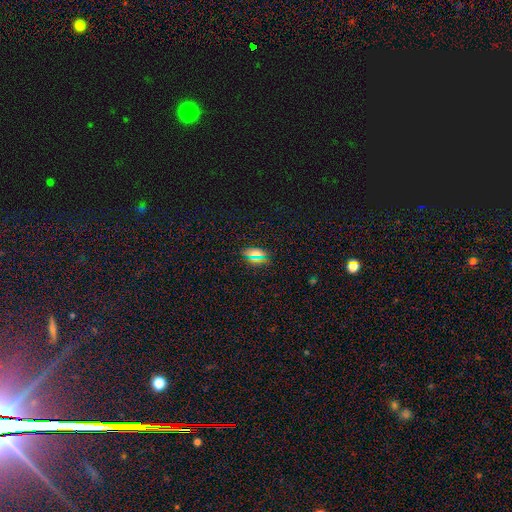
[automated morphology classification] smooth_or_featured: smooth (p=0.60) [alt: star or artifact p=0.31]
how_rounded: in between (p=0.75) [alt: round p=0.16]
merging: none (p=0.85) [alt: minor disturbance p=0.10]